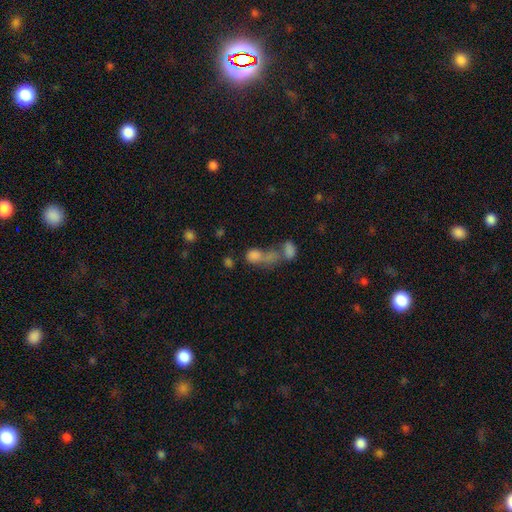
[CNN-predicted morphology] type=smooth (68%); roundness=in between (62%); merging=merger (60%).